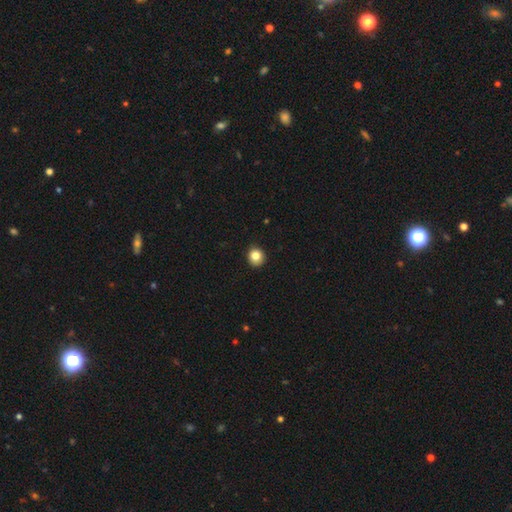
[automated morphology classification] Smooth or featured?
  - smooth: 84% *
  - star or artifact: 10%
  - featured or disk: 6%
How rounded?
  - round: 89% *
  - in between: 10%
  - cigar-shaped: 1%
Merging?
  - none: 91% *
  - minor disturbance: 6%
  - major disturbance: 2%
  - merger: 1%